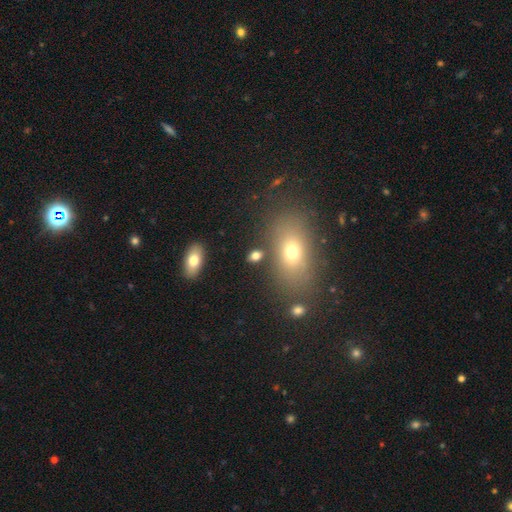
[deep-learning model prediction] A smooth galaxy with no disk features (74%) that is in between round and cigar-shaped (75%). Merging: none (74%).